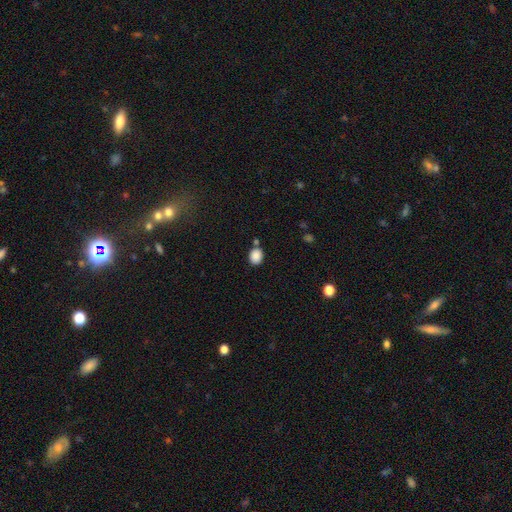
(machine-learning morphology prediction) smooth 87%, star or artifact 9%, featured or disk 3%. Down the decision tree: how rounded — round (51%); merging — none (75%).